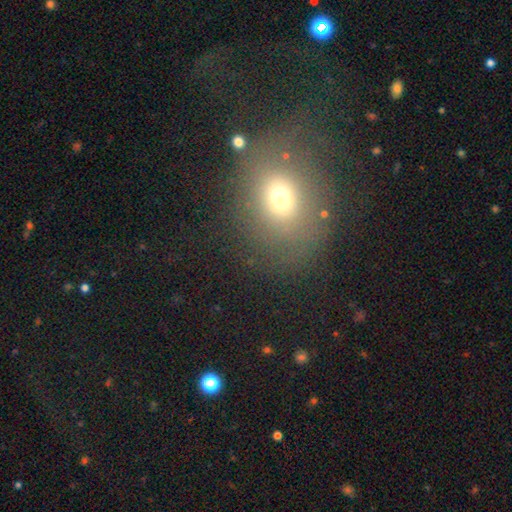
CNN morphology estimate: A smooth galaxy with no disk features (61%) that is round (59%).

Vote fractions:
- Smooth or featured? smooth: 61% / star or artifact: 24% / featured or disk: 15%
- How rounded? round: 59% / in between: 39% / cigar-shaped: 1%
- Merging? none: 62% / minor disturbance: 17% / major disturbance: 16% / merger: 4%